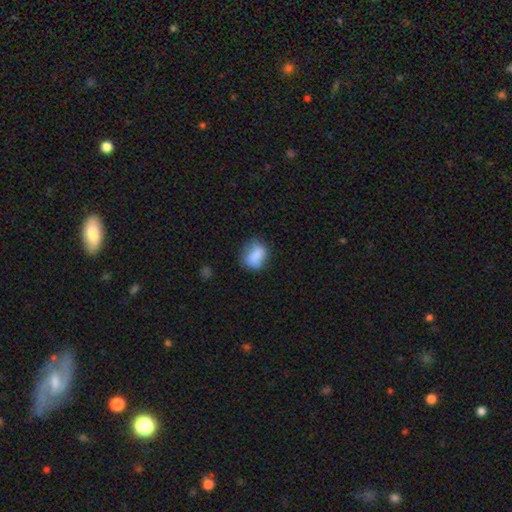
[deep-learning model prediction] This is likely a smooth galaxy (80%). How rounded: possibly in between (60%). Merging: possibly none (60%).